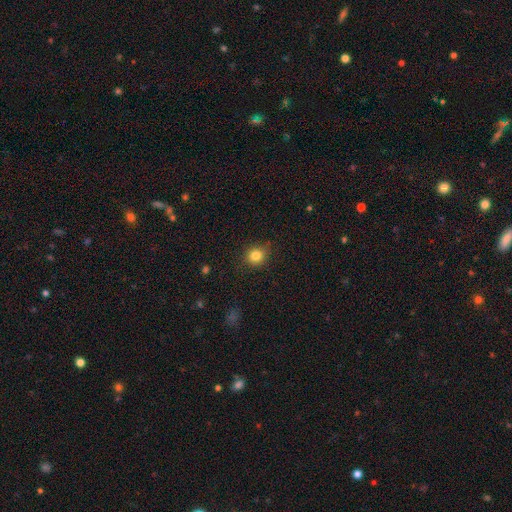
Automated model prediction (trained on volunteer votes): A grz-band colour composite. It shows a smooth galaxy with no disk features (83%) that is round (82%). Merging: none (85%).